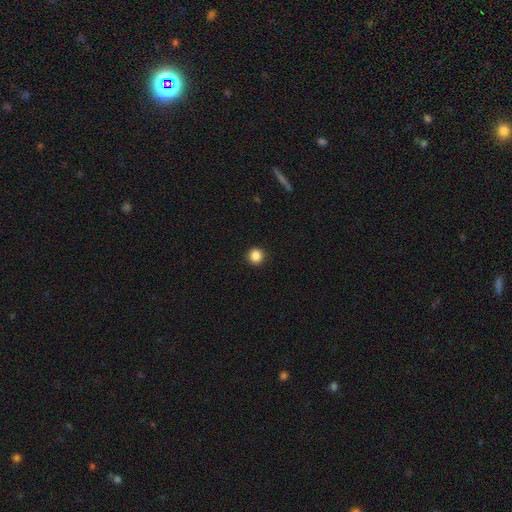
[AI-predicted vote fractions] Q: Smooth or featured?
A: smooth (87%); runner-up: star or artifact (10%)
Q: How rounded?
A: round (92%); runner-up: in between (7%)
Q: Merging?
A: none (92%); runner-up: minor disturbance (5%)